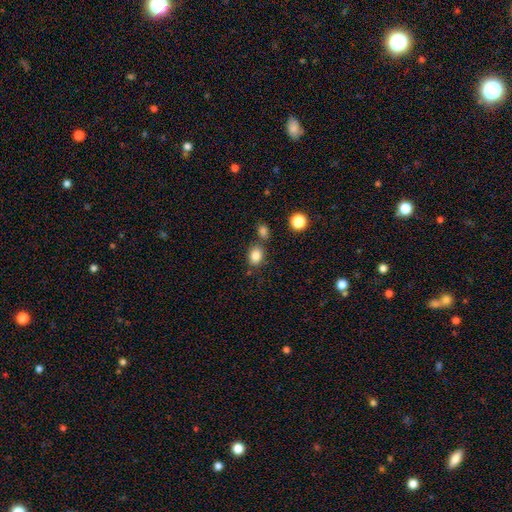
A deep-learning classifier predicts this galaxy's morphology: Smooth or featured: smooth — 84% (star or artifact — 11%)
How rounded: in between — 54% (round — 45%)
Merging: none — 70% (merger — 14%)